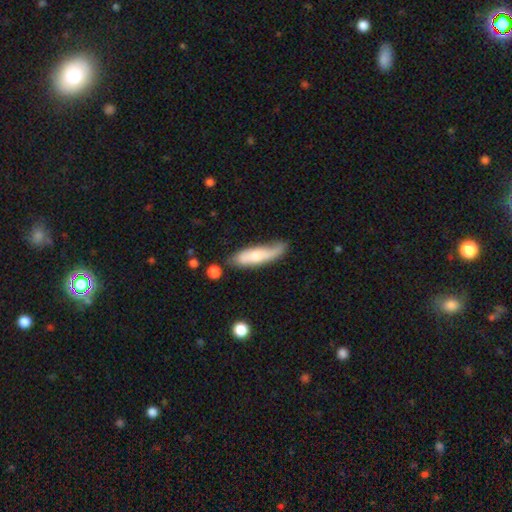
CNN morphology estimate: Smooth or featured? smooth (59%)
How rounded? cigar-shaped (62%)
Merging? none (56%)